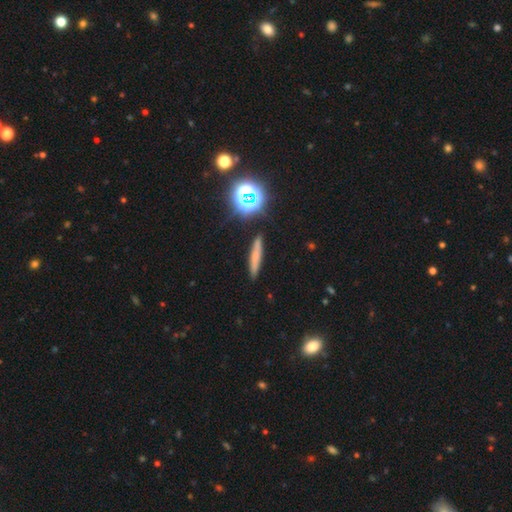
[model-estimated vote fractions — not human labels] Q: Smooth or featured?
A: smooth (60%); runner-up: featured or disk (22%)
Q: How rounded?
A: cigar-shaped (88%); runner-up: in between (7%)
Q: Merging?
A: none (88%); runner-up: minor disturbance (8%)